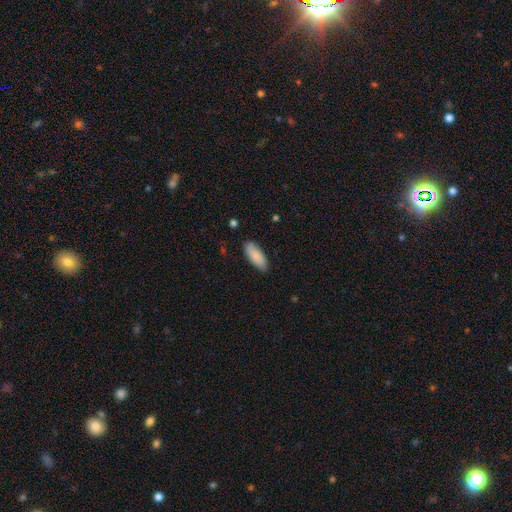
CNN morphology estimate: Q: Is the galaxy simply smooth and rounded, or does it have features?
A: smooth — 85%.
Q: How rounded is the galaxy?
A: in between — 81%.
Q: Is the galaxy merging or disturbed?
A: none — 82%.